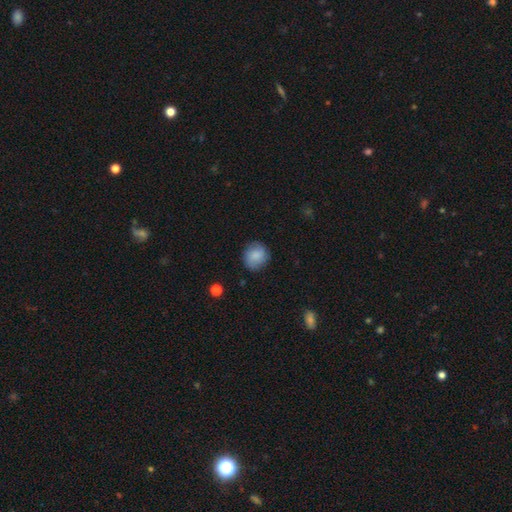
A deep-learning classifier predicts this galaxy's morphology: A smooth galaxy with no disk features (79%) that is round (79%).

Vote fractions:
- Smooth or featured? smooth: 79% / featured or disk: 13% / star or artifact: 8%
- How rounded? round: 79% / in between: 20% / cigar-shaped: 1%
- Merging? none: 79% / minor disturbance: 15% / major disturbance: 4% / merger: 1%